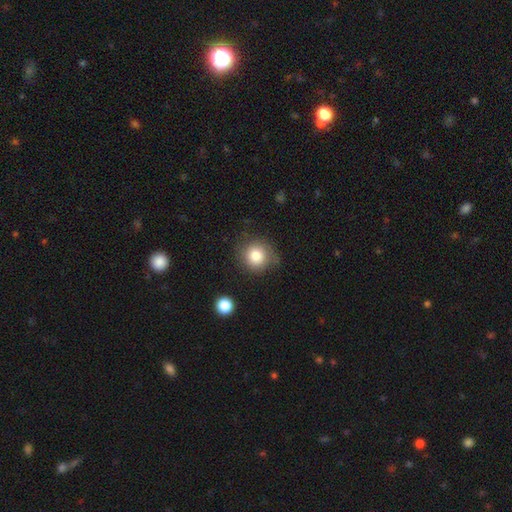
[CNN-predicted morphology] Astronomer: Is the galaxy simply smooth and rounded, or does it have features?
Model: smooth — 80%.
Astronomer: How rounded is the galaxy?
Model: round — 89%.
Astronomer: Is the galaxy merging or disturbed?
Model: none — 74%.